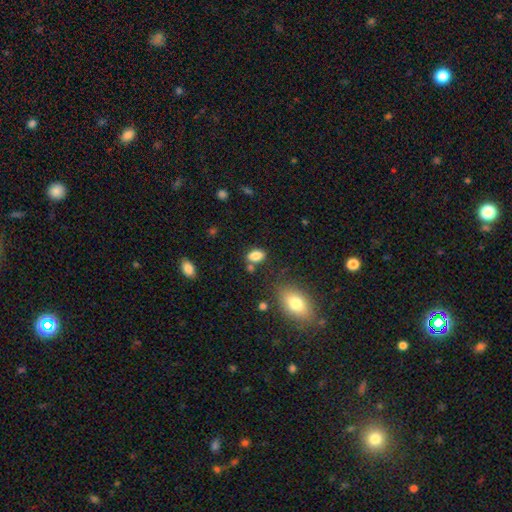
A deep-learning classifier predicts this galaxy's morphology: Smooth or featured?
  - smooth: 84% *
  - star or artifact: 10%
  - featured or disk: 7%
How rounded?
  - in between: 87% *
  - round: 10%
  - cigar-shaped: 3%
Merging?
  - none: 71% *
  - minor disturbance: 14%
  - merger: 11%
  - major disturbance: 4%